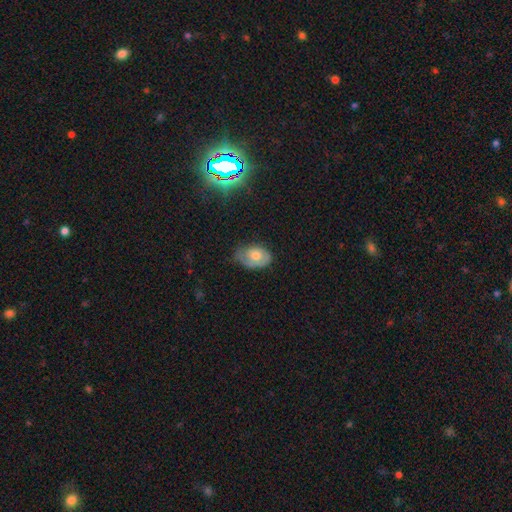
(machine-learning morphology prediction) Smooth or featured? Predicted: smooth (p=0.51). How rounded? Predicted: in between (p=0.82). Merging? Predicted: none (p=0.46).